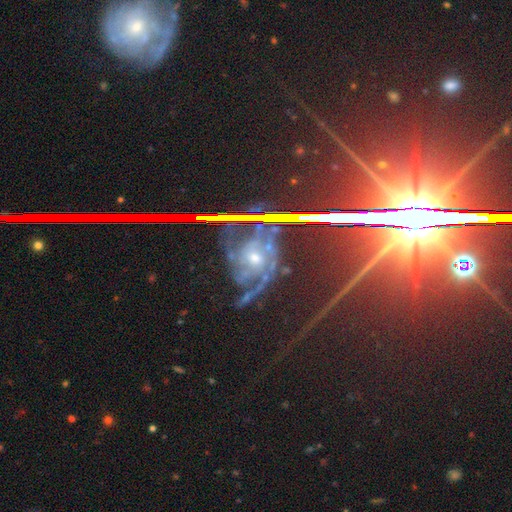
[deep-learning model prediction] The model was most divided on "bulge size": small: 50%, moderate: 44%, large: 3%, none: 2%, dominant: 1%. Remaining: spiral arms — yes (96%); edge-on disk — no (91%); bar — no (69%); smooth or featured — featured or disk (69%); merging — none (68%); spiral winding — tight (53%); spiral arm count — 3 (34%).